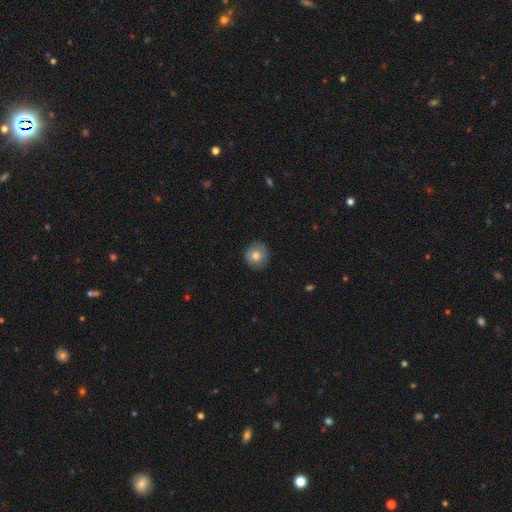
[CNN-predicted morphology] This appears to be a smooth galaxy with no disk features (78%) that is round (93%). Merging: none (88%).